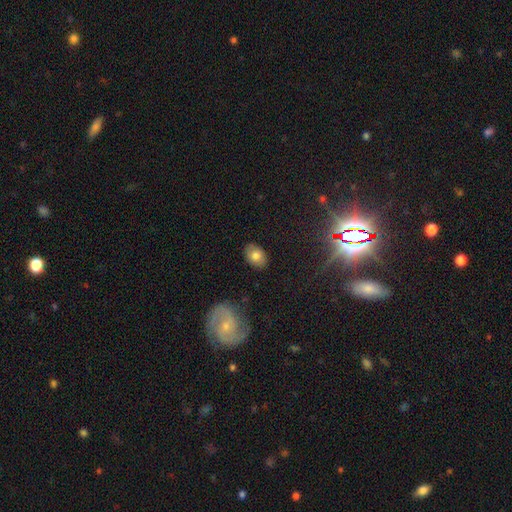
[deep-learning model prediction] A smooth galaxy with no disk features (76%) that is in between round and cigar-shaped (81%). Merging: none (86%).